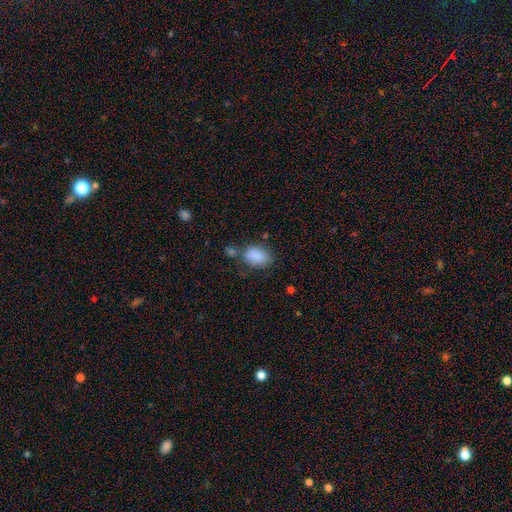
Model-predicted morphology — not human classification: Smooth or featured? Predicted: smooth (p=0.87). How rounded? Predicted: in between (p=0.86). Merging? Predicted: none (p=0.59).